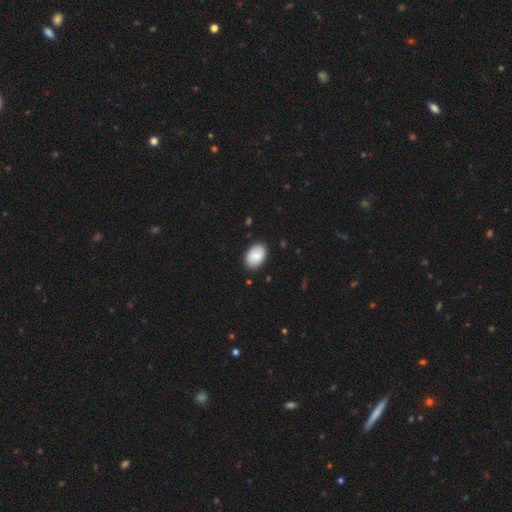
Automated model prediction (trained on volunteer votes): Q: Smooth or featured?
A: smooth (82%); runner-up: featured or disk (11%)
Q: How rounded?
A: in between (87%); runner-up: round (12%)
Q: Merging?
A: none (86%); runner-up: minor disturbance (10%)